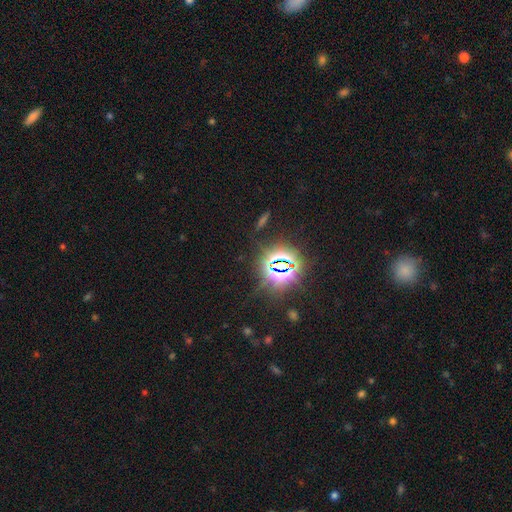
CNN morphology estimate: smooth_or_featured: star or artifact (p=0.81) [alt: smooth p=0.12]